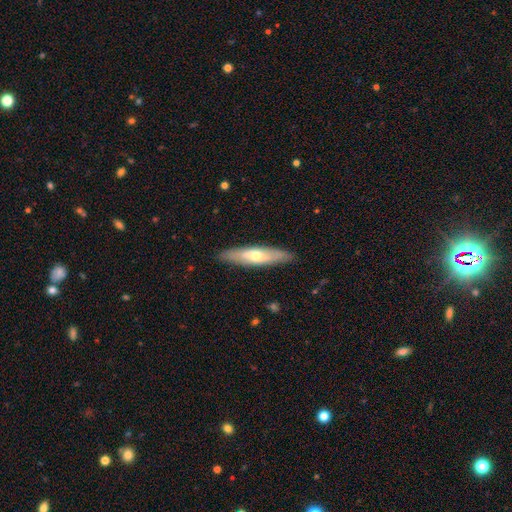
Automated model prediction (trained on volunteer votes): This is possibly a smooth galaxy (49%). Merging: clearly none (89%).